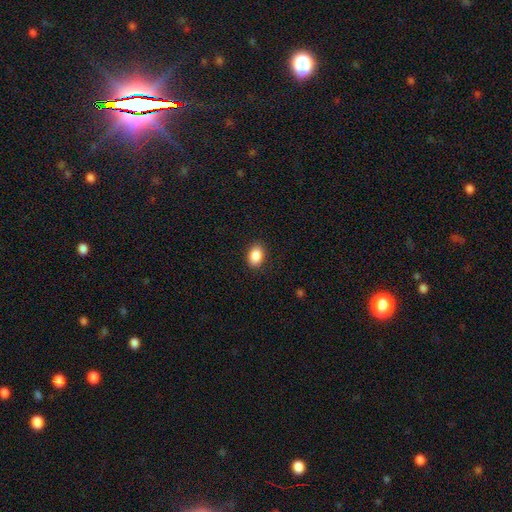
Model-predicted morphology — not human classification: type=smooth (88%); roundness=in between (79%); merging=none (88%).